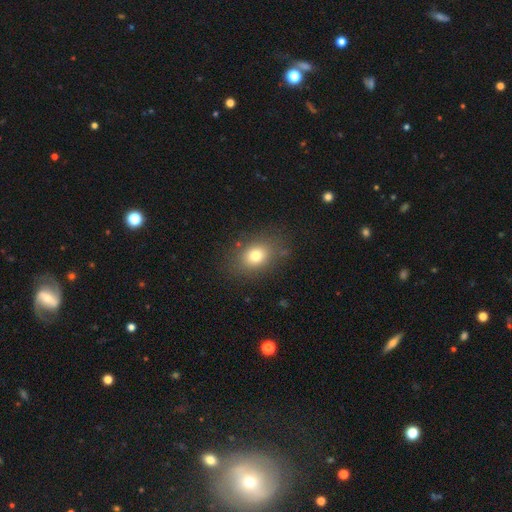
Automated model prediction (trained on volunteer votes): The model was most divided on "how rounded": in between: 64%, round: 34%, cigar-shaped: 1%. More confident: merging — none (81%); smooth or featured — smooth (77%).